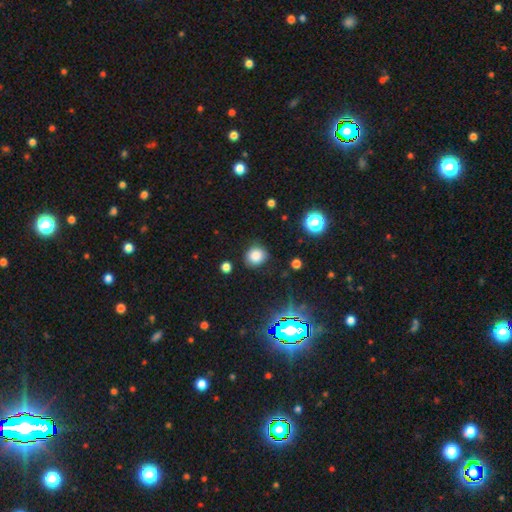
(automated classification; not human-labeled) Morphology: type=smooth (80%); roundness=round (79%); merging=none (82%).